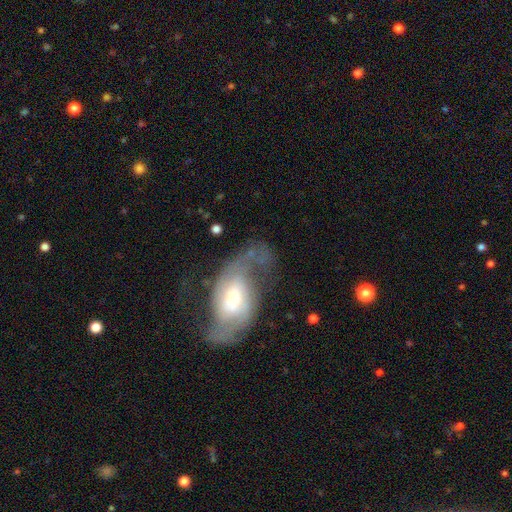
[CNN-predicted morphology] Q: Smooth or featured?
A: featured or disk (77%); runner-up: smooth (16%)
Q: Edge-on disk?
A: no (95%); runner-up: yes (5%)
Q: Bar?
A: no (42%); runner-up: weak (41%)
Q: Spiral arms?
A: yes (90%); runner-up: no (10%)
Q: Spiral winding?
A: loose (53%); runner-up: medium (34%)
Q: Spiral arm count?
A: 2 (80%); runner-up: can't tell (8%)
Q: Bulge size?
A: moderate (52%); runner-up: small (38%)
Q: Merging?
A: none (48%); runner-up: major disturbance (27%)